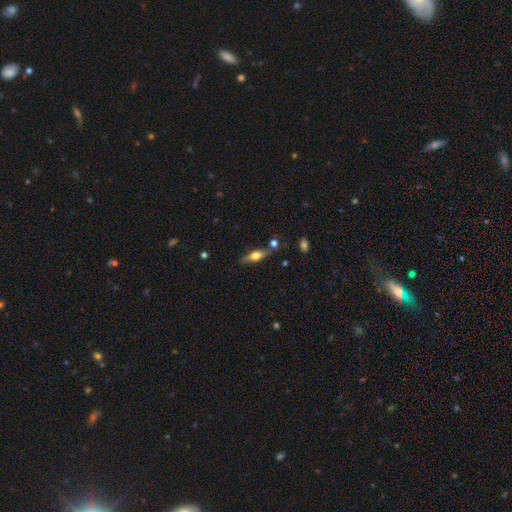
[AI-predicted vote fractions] featured or disk 49%, smooth 43%, star or artifact 7%. Down the decision tree: merging — none (76%).